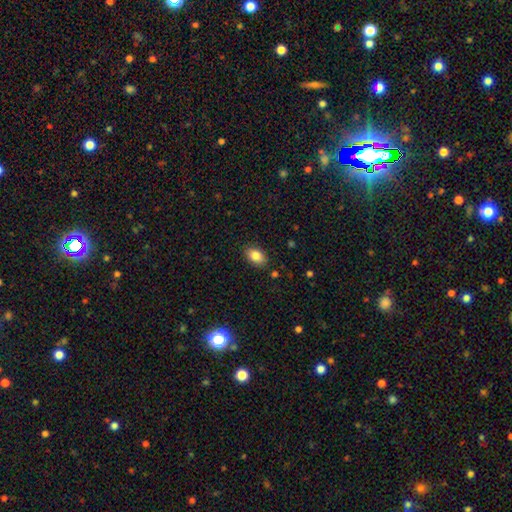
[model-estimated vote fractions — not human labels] This is clearly a smooth galaxy (84%). How rounded: clearly in between (88%). Merging: clearly none (87%).